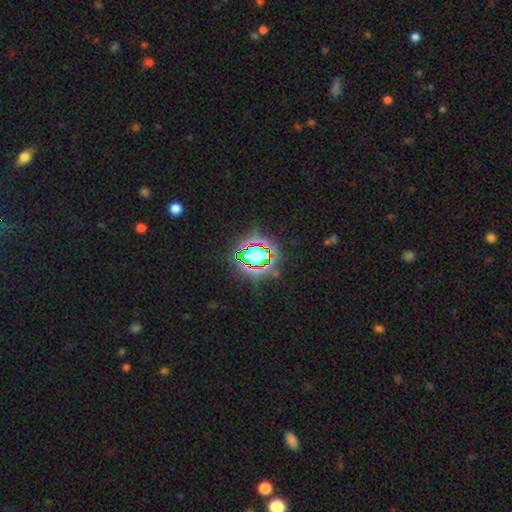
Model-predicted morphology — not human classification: This is likely a star or artifact rather than a galaxy (69%).